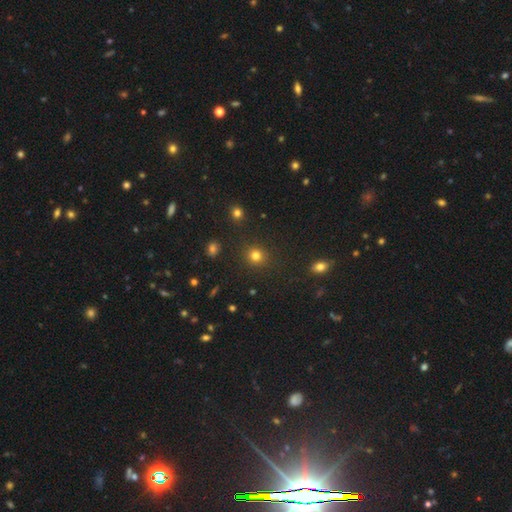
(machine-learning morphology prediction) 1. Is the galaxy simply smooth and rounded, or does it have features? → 80% smooth, 15% star or artifact, 5% featured or disk.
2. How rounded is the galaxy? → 89% round, 10% in between, 1% cigar-shaped.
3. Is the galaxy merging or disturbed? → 89% none, 6% minor disturbance, 3% major disturbance, 2% merger.